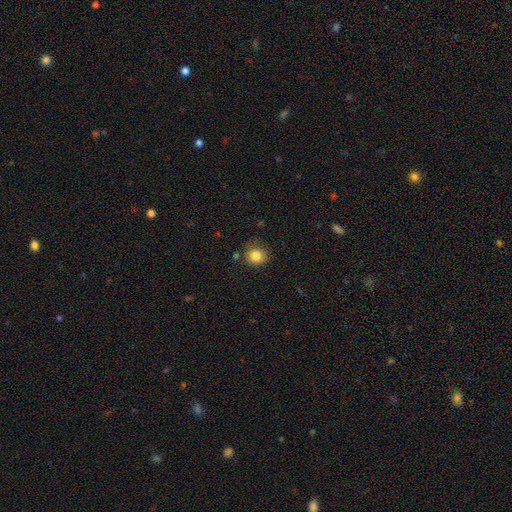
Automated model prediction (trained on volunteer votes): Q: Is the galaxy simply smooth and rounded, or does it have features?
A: smooth — 83%.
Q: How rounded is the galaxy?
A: round — 84%.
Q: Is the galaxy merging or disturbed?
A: none — 74%.